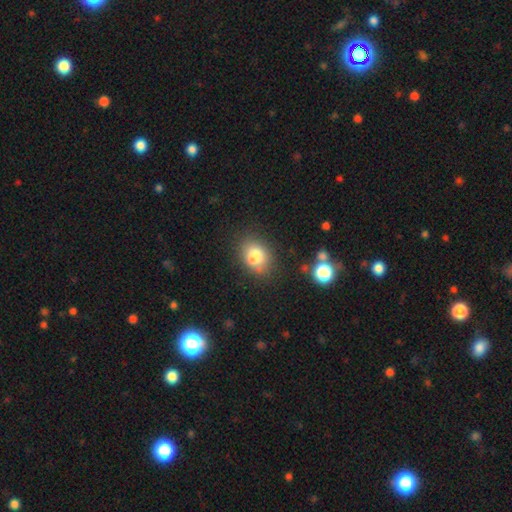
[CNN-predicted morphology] The model was most divided on "how rounded": in between: 62%, round: 37%, cigar-shaped: 1%. More confident: smooth or featured — smooth (76%); merging — none (62%).